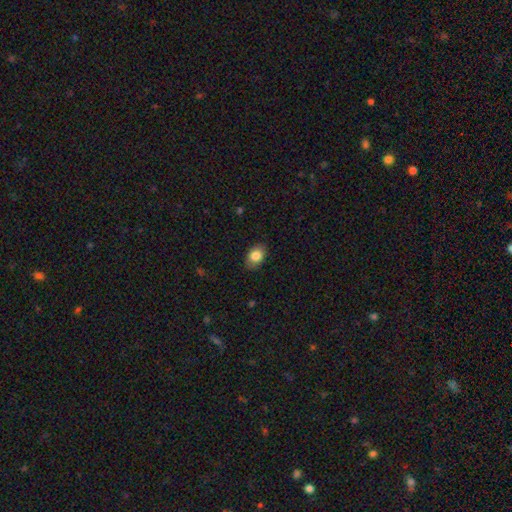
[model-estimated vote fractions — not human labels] The model was most divided on "how rounded": in between: 80%, round: 18%, cigar-shaped: 1%. More confident: smooth or featured — smooth (83%); merging — none (83%).